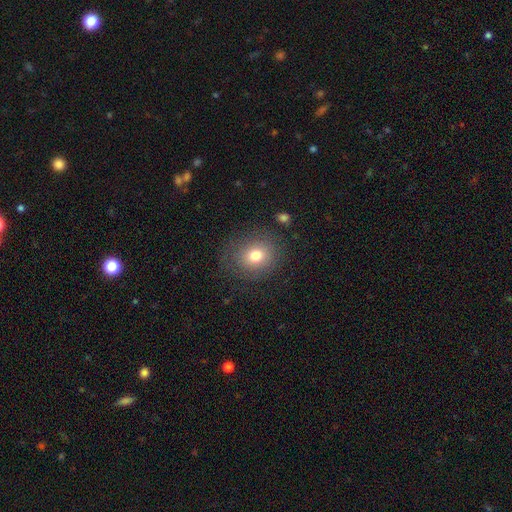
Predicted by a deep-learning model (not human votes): This is likely a smooth galaxy (75%). How rounded: likely round (70%). Merging: likely none (79%).